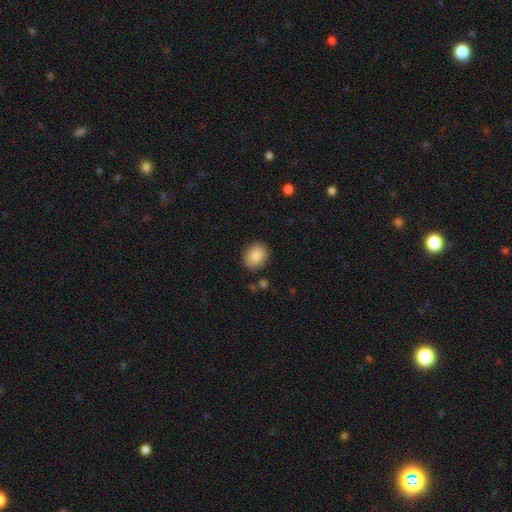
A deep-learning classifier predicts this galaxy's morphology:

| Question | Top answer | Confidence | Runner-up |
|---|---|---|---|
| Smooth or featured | smooth | 87% | star or artifact (7%) |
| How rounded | round | 54% | in between (45%) |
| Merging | none | 87% | minor disturbance (9%) |